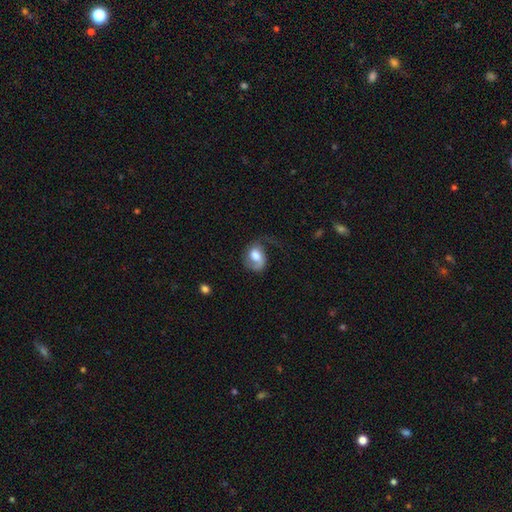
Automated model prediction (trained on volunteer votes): featured or disk 53%, smooth 40%, star or artifact 8%. Down the decision tree: edge-on disk — no (97%); bar — no (53%); spiral arms — yes (86%); bulge size — large (43%); merging — none (39%).